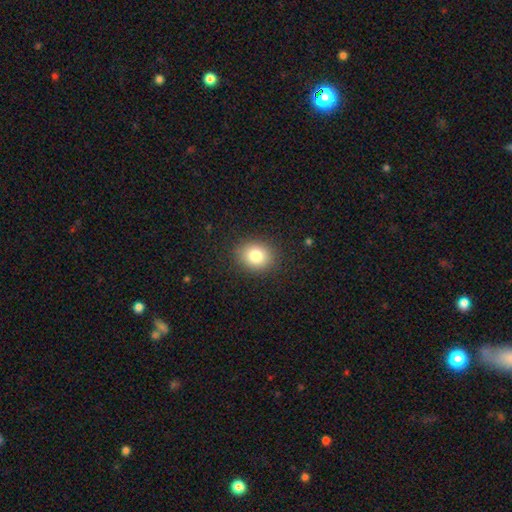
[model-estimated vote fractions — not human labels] smooth-or-featured: smooth: 82% | star or artifact: 10% | featured or disk: 8%
  how-rounded: round: 61% | in between: 38% | cigar-shaped: 1%
  merging: none: 89% | minor disturbance: 8% | major disturbance: 3% | merger: 1%